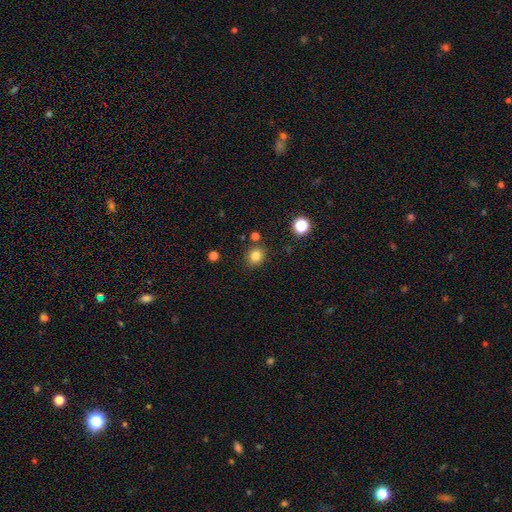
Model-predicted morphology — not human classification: This appears to be a smooth galaxy with no disk features (81%) that is round (77%). Merging: none (84%).